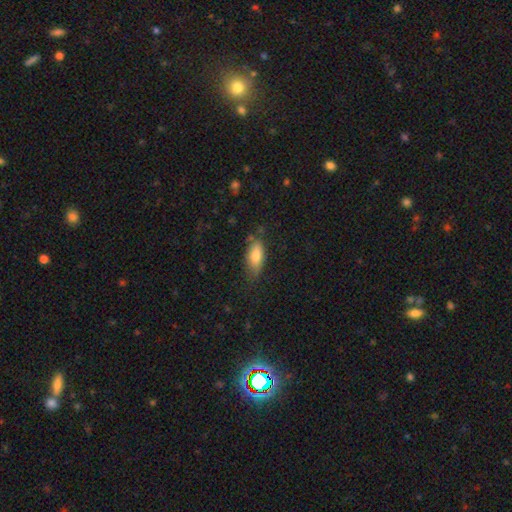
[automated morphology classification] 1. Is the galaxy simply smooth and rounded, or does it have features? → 76% smooth, 17% featured or disk, 7% star or artifact.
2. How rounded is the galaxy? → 82% in between, 15% cigar-shaped, 3% round.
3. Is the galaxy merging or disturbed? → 67% none, 24% minor disturbance, 6% major disturbance, 3% merger.